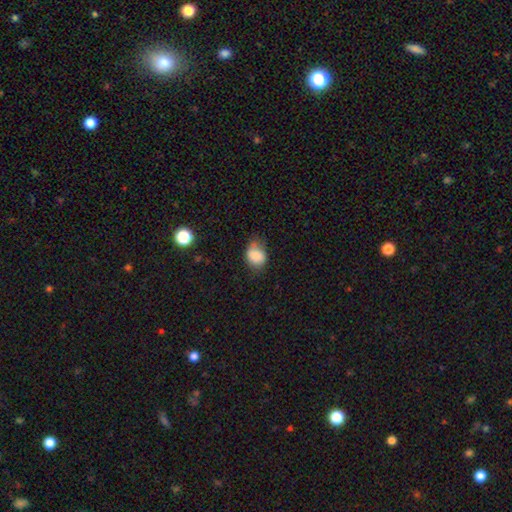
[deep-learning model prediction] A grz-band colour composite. It shows a smooth galaxy with no disk features (81%) that is in between round and cigar-shaped (50%). Merging: none (45%).